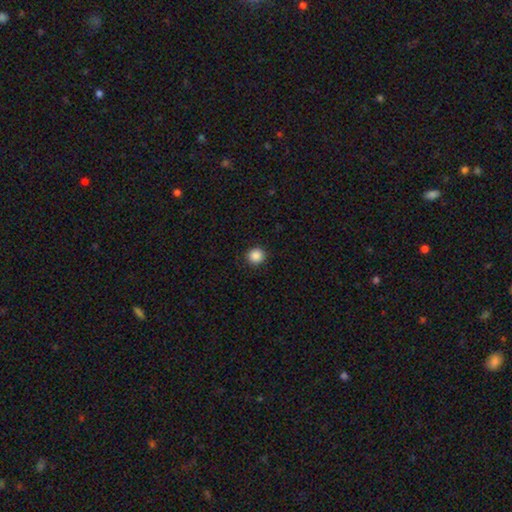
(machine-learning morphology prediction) This appears to be a smooth galaxy with no disk features (88%) that is round (94%). Merging: none (92%).